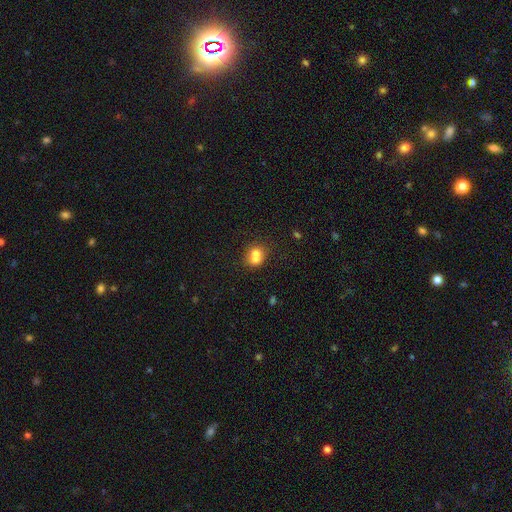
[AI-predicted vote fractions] Overall: smooth (68%). How rounded: round (69%; in between 30%). Merging: merger (61%; none 28%).